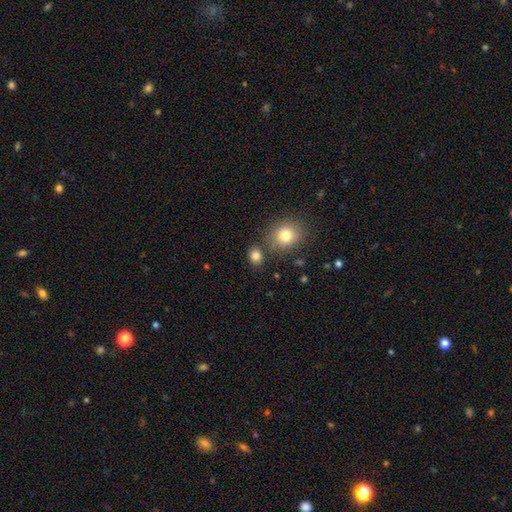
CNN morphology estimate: type=smooth (83%); roundness=round (60%); merging=none (75%).